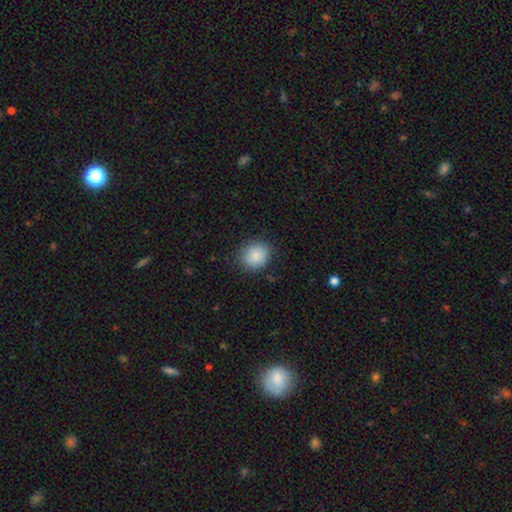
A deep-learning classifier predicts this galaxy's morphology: This appears to be a smooth galaxy with no disk features (87%) that is round (70%). Merging: none (81%).